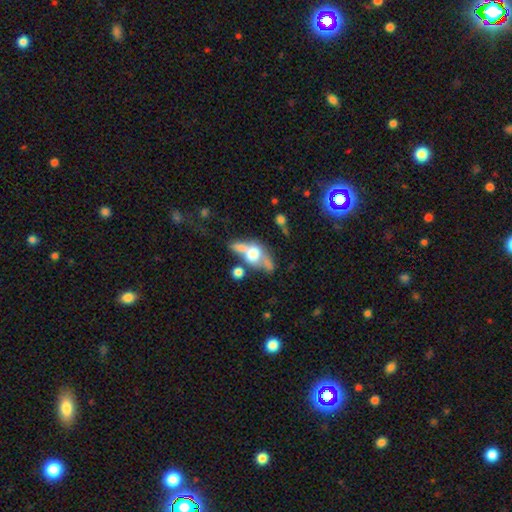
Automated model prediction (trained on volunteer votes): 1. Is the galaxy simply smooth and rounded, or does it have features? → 53% featured or disk, 36% smooth, 11% star or artifact.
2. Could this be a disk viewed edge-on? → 51% yes, 49% no.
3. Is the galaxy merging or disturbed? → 35% none, 30% merger, 18% major disturbance, 17% minor disturbance.